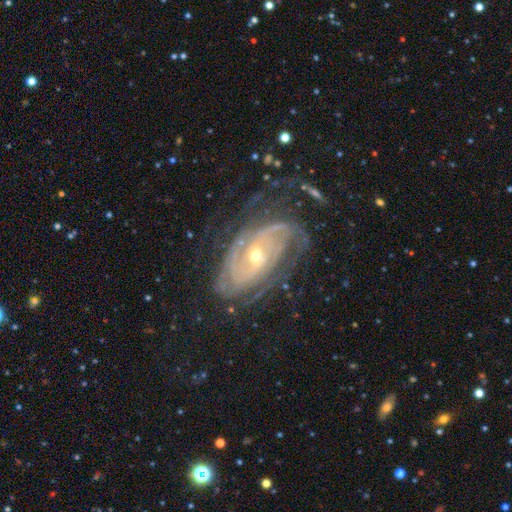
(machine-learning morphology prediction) Q: Smooth or featured?
A: featured or disk (87%); runner-up: star or artifact (7%)
Q: Edge-on disk?
A: no (95%); runner-up: yes (5%)
Q: Bar?
A: no (54%); runner-up: weak (32%)
Q: Spiral arms?
A: yes (96%); runner-up: no (4%)
Q: Spiral winding?
A: tight (63%); runner-up: medium (29%)
Q: Spiral arm count?
A: can't tell (30%); runner-up: 2 (28%)
Q: Bulge size?
A: small (59%); runner-up: moderate (38%)
Q: Merging?
A: none (65%); runner-up: minor disturbance (20%)